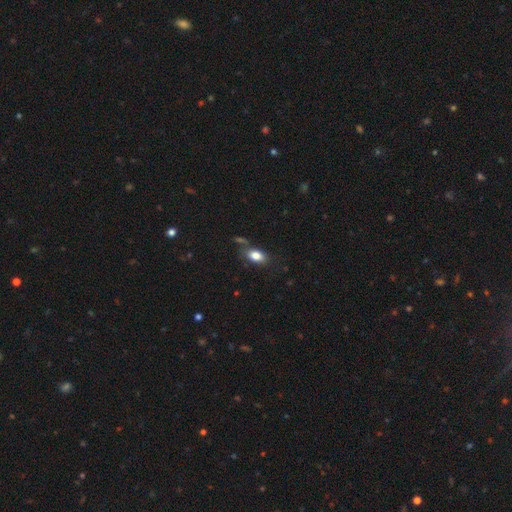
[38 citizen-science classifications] Smooth or featured?
  - smooth: 87% *
  - star or artifact: 8%
  - featured or disk: 5%
How rounded?
  - in between: 85% *
  - round: 15%
  - cigar-shaped: 0%
Merging?
  - none: 74% *
  - minor disturbance: 17%
  - merger: 6%
  - major disturbance: 3%